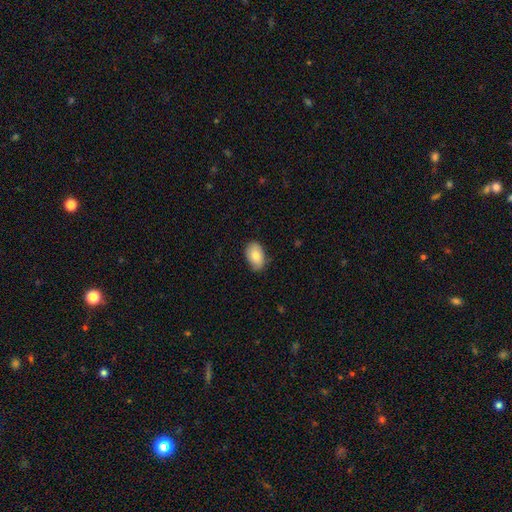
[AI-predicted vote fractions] Overall: smooth (82%). How rounded: in between (89%). Merging: none (79%).